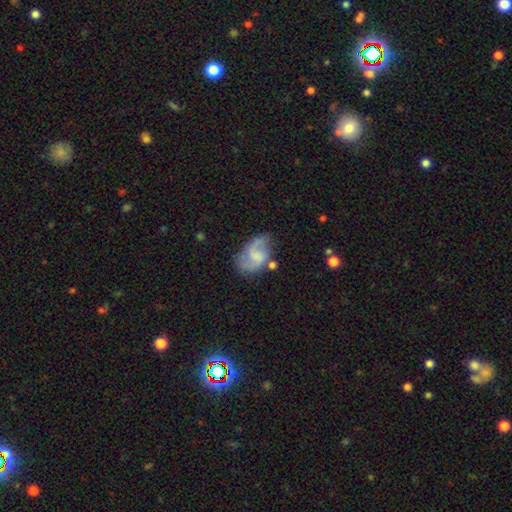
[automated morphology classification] A featured or disk galaxy (59%) with no bar (48%), spiral arms (83%) and no central bulge (48%).

Vote fractions:
- Smooth or featured? featured or disk: 59% / smooth: 33% / star or artifact: 8%
- Edge-on disk? no: 97% / yes: 3%
- Bar? no: 48% / weak: 44% / strong: 9%
- Spiral arms? yes: 83% / no: 17%
- Bulge size? none: 48% / small: 24% / moderate: 20% / large: 7% / dominant: 2%
- Merging? none: 48% / minor disturbance: 28% / major disturbance: 16% / merger: 9%